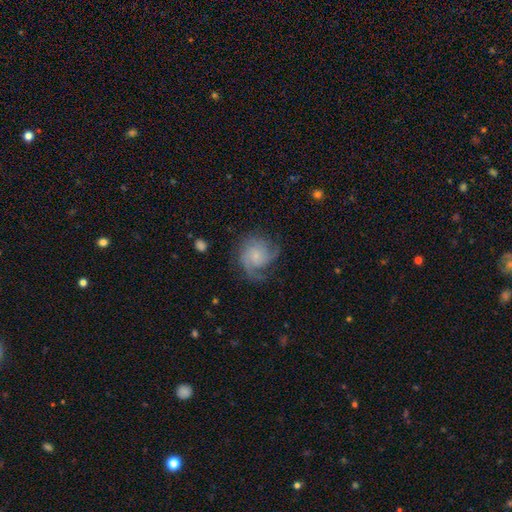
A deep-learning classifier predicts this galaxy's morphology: smooth_or_featured: featured or disk (p=0.74) [alt: smooth p=0.19]
disk_edge_on: no (p=0.98) [alt: yes p=0.02]
bar: no (p=0.75) [alt: weak p=0.22]
has_spiral_arms: yes (p=0.95) [alt: no p=0.05]
spiral_winding: medium (p=0.42) [alt: tight p=0.40]
spiral_arm_count: 3 (p=0.29) [alt: 2 p=0.27]
bulge_size: small (p=0.67) [alt: moderate p=0.18]
merging: none (p=0.62) [alt: minor disturbance p=0.21]